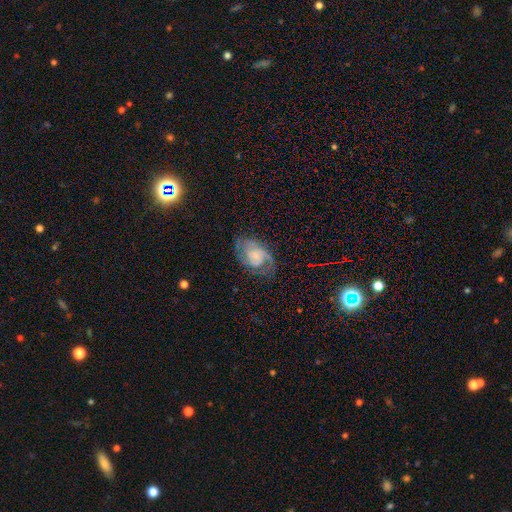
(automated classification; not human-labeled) Smooth or featured? featured or disk (73%)
Edge-on disk? no (98%)
Bar? no (70%)
Spiral arms? yes (92%)
Spiral winding? medium (44%)
Spiral arm count? 2 (62%)
Bulge size? small (50%)
Merging? none (61%)